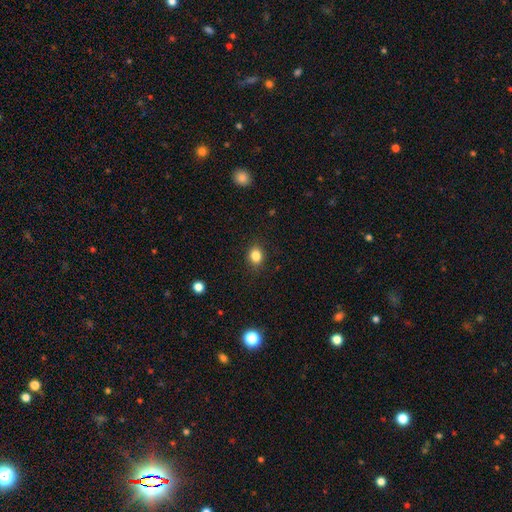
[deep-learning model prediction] A smooth galaxy with no disk features (84%) that is round (58%). Merging: none (87%).